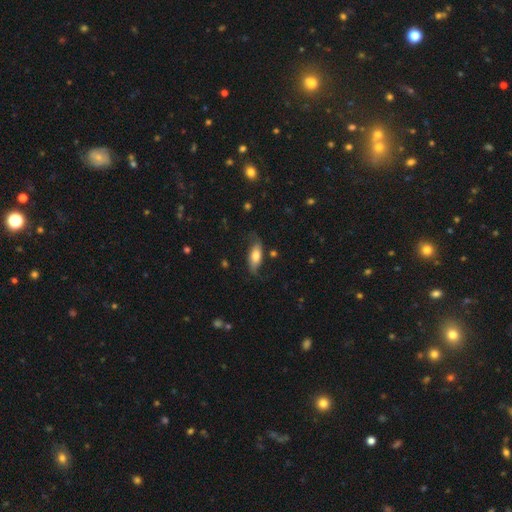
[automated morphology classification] type=smooth (57%); roundness=in between (78%); merging=none (64%).